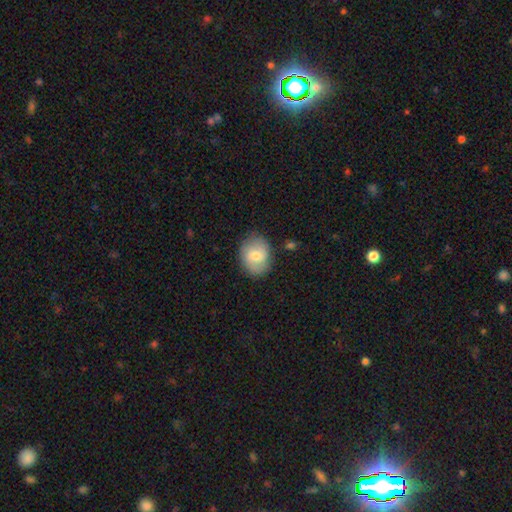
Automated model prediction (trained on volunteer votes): The model was most divided on "how rounded": in between: 55%, round: 44%, cigar-shaped: 1%. More confident: merging — none (80%); smooth or featured — smooth (69%).